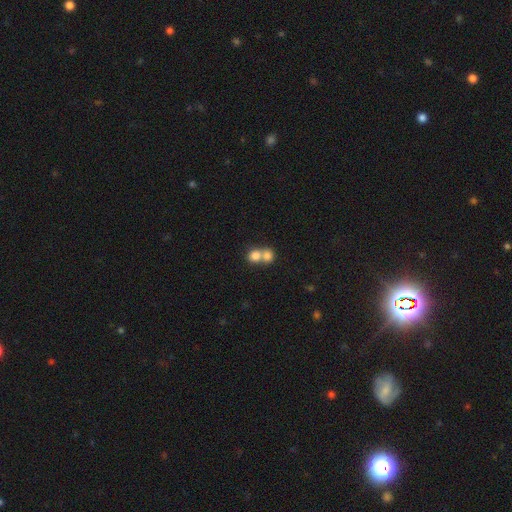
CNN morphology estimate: Smooth or featured? Predicted: smooth (p=0.78). How rounded? Predicted: round (p=0.79). Merging? Predicted: merger (p=0.64).